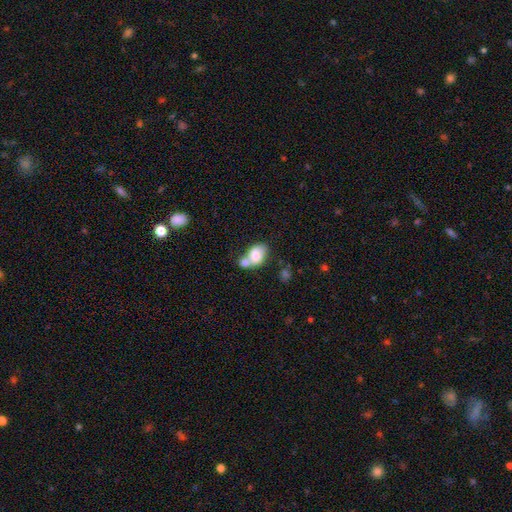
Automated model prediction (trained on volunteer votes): smooth 74%, featured or disk 18%, star or artifact 8%. Down the decision tree: how rounded — in between (81%); merging — merger (48%).